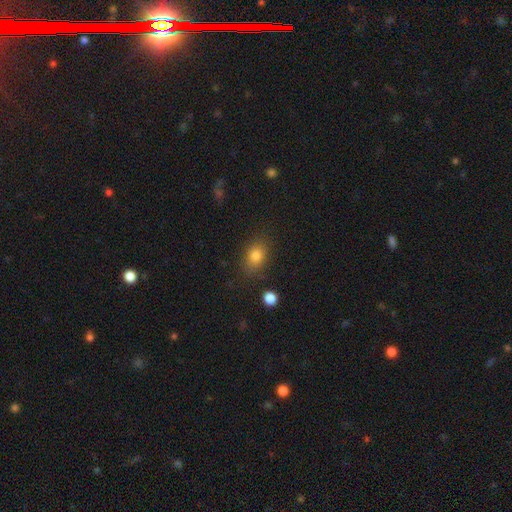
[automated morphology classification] Smooth or featured?
  - smooth: 81% *
  - star or artifact: 11%
  - featured or disk: 8%
How rounded?
  - in between: 67% *
  - round: 32%
  - cigar-shaped: 2%
Merging?
  - none: 79% *
  - minor disturbance: 14%
  - major disturbance: 4%
  - merger: 2%